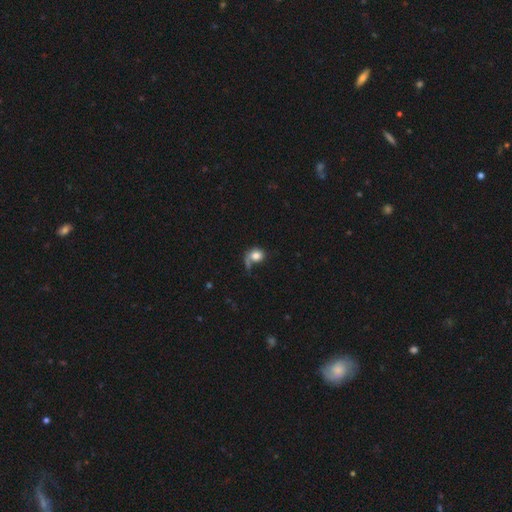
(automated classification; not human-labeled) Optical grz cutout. It shows a smooth galaxy with no disk features (73%) that is round (62%). Merging: none (38%).